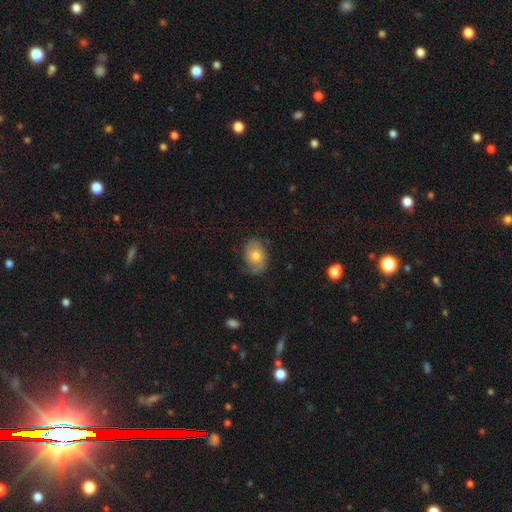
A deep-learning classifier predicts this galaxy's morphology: Smooth or featured: smooth — 56% (featured or disk — 35%)
How rounded: in between — 78% (round — 21%)
Merging: none — 70% (minor disturbance — 23%)